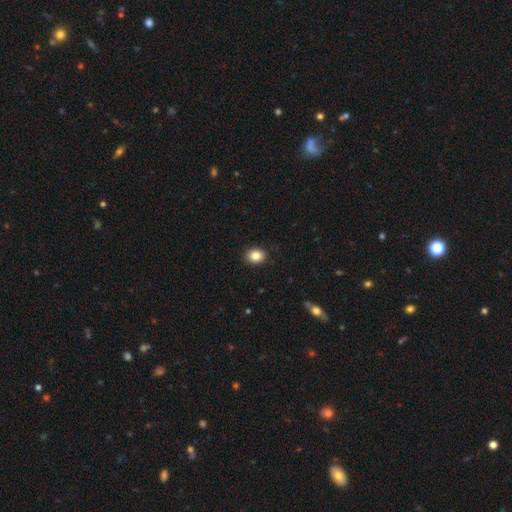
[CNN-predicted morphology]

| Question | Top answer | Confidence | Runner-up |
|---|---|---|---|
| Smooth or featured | smooth | 86% | star or artifact (9%) |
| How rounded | in between | 61% | round (38%) |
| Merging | none | 89% | minor disturbance (8%) |